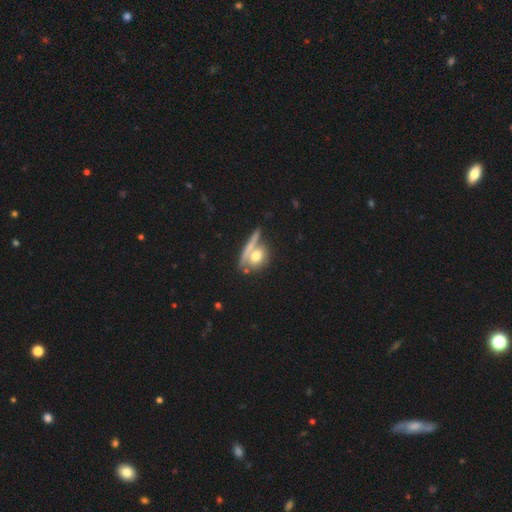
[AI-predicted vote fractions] smooth 64%, featured or disk 27%, star or artifact 9%. Down the decision tree: how rounded — round (60%); merging — none (48%).